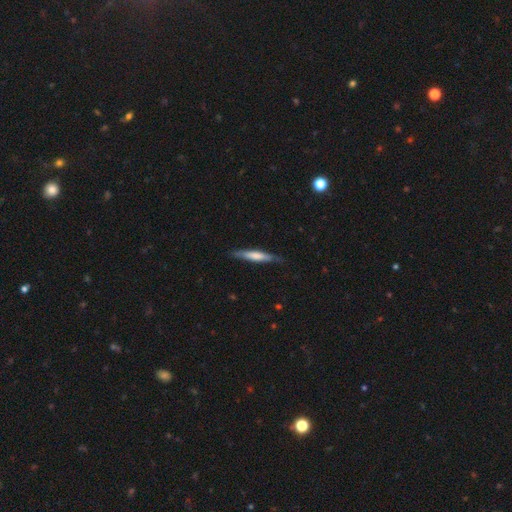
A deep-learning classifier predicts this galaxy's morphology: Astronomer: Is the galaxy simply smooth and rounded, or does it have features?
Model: smooth — 58% (runner-up: featured or disk, 37%).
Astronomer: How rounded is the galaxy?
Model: cigar-shaped — 89%.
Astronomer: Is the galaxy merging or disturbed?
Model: none — 80%.